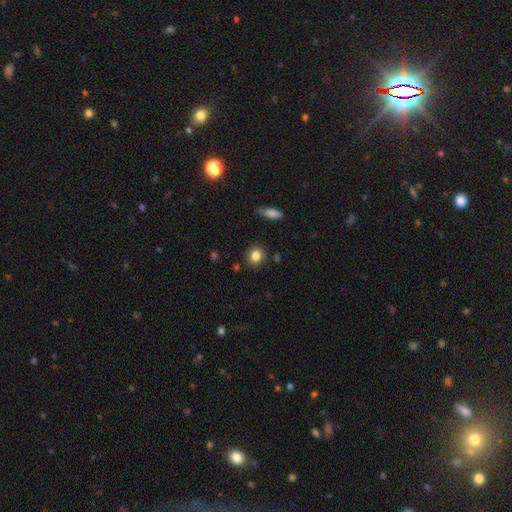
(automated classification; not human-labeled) Smooth or featured? Predicted: smooth (p=0.84). How rounded? Predicted: round (p=0.76). Merging? Predicted: none (p=0.85).